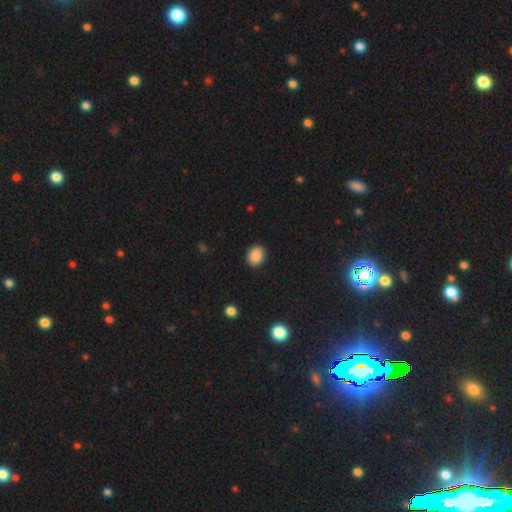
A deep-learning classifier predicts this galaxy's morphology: smooth-or-featured: smooth: 88% | star or artifact: 9% | featured or disk: 4%
  how-rounded: in between: 57% | round: 42% | cigar-shaped: 1%
  merging: none: 89% | minor disturbance: 8% | major disturbance: 2% | merger: 1%